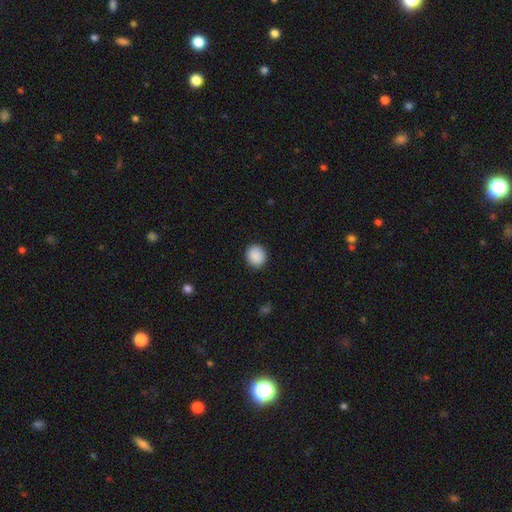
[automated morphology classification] smooth-or-featured: smooth: 90% | star or artifact: 8% | featured or disk: 2%
  how-rounded: round: 89% | in between: 10% | cigar-shaped: 1%
  merging: none: 92% | minor disturbance: 6% | major disturbance: 2% | merger: 1%